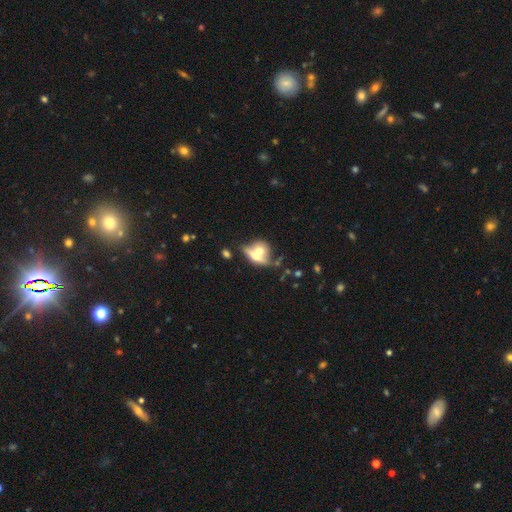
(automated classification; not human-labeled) Overall: smooth (51%; featured or disk 40%). How rounded: in between (48%; round 41%). Merging: merger (61%; none 25%).